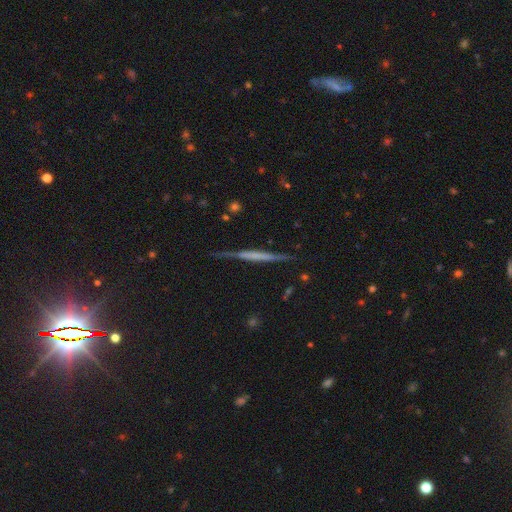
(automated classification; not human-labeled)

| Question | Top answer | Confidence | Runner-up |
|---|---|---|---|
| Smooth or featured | featured or disk | 67% | smooth (26%) |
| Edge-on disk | yes | 97% | no (3%) |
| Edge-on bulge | none | 62% | boxy (21%) |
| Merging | none | 82% | minor disturbance (13%) |